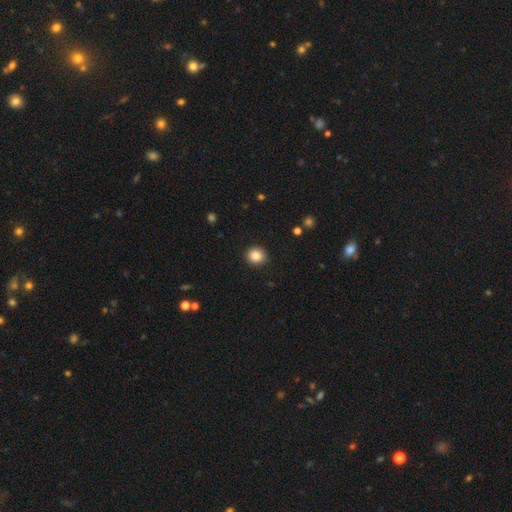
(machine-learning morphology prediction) Q: Smooth or featured?
A: smooth (86%); runner-up: star or artifact (10%)
Q: How rounded?
A: round (88%); runner-up: in between (11%)
Q: Merging?
A: none (91%); runner-up: minor disturbance (6%)